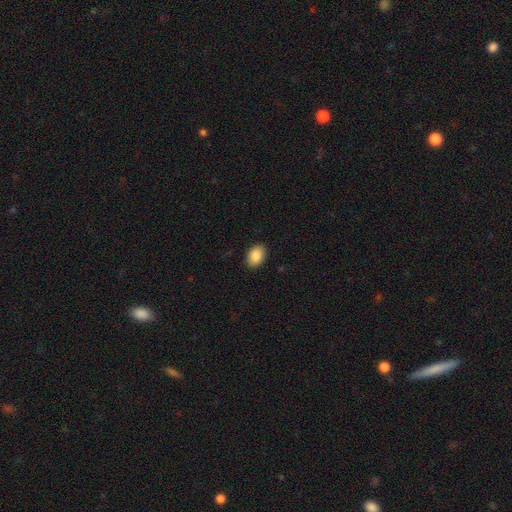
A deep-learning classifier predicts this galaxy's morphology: This is clearly a smooth galaxy (89%). How rounded: clearly in between (83%). Merging: clearly none (89%).